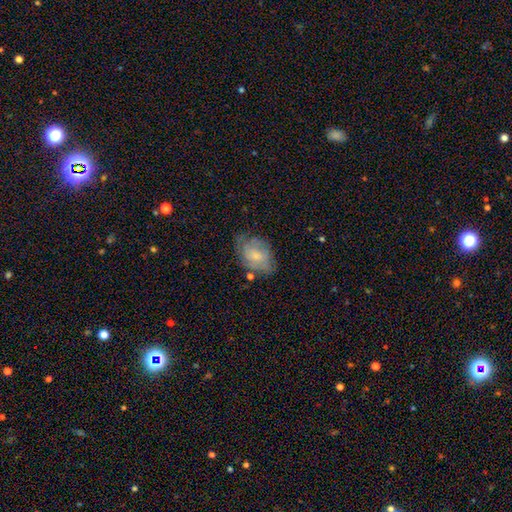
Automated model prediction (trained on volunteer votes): A smooth galaxy with no disk features (52%) that is in between round and cigar-shaped (80%).

Vote fractions:
- Smooth or featured? smooth: 52% / featured or disk: 41% / star or artifact: 7%
- How rounded? in between: 80% / round: 18% / cigar-shaped: 1%
- Merging? none: 54% / minor disturbance: 31% / major disturbance: 11% / merger: 4%